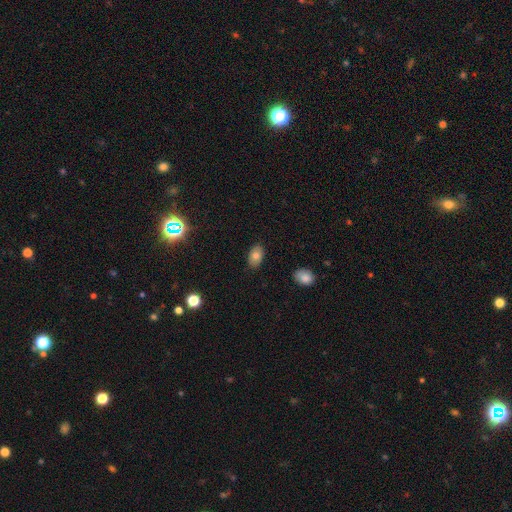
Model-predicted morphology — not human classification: This appears to be a smooth galaxy with no disk features (80%) that is in between round and cigar-shaped (90%). Merging: none (87%).